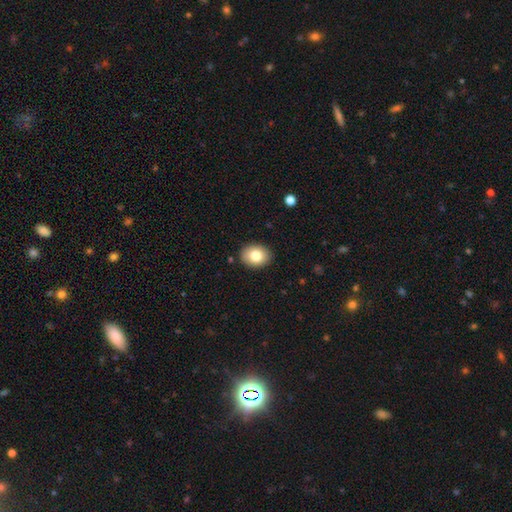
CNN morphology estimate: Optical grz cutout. It shows a smooth galaxy with no disk features (81%) that is in between round and cigar-shaped (60%). Merging: none (89%).